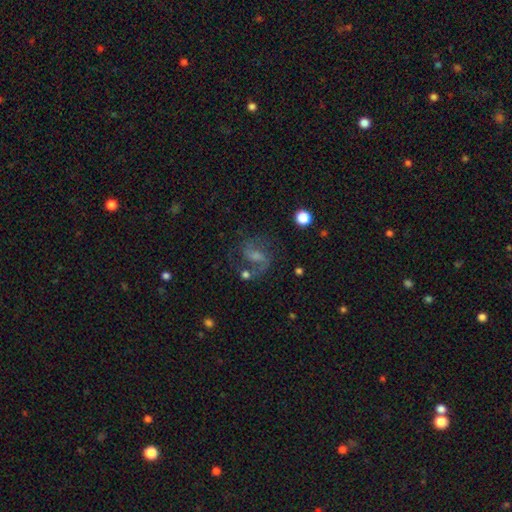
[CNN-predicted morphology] The model was most divided on "bulge size": small: 42%, moderate: 35%, none: 15%, large: 6%, dominant: 2%. More confident: edge-on disk — no (97%); spiral arms — yes (91%); spiral arm count — 2 (84%); smooth or featured — featured or disk (71%); merging — none (64%); spiral winding — medium (53%); bar — weak (51%).